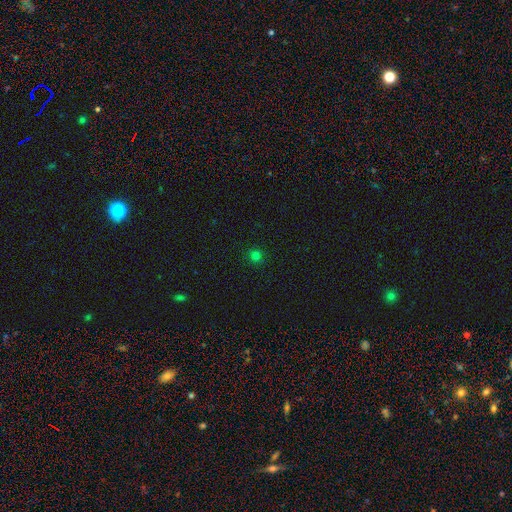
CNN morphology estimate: smooth 76%, star or artifact 19%, featured or disk 4%. Down the decision tree: how rounded — round (94%); merging — none (92%).